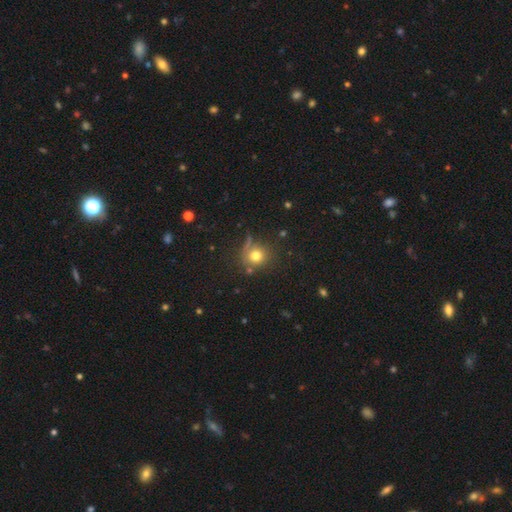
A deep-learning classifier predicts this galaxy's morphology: Overall: smooth (75%). How rounded: round (87%). Merging: none (71%).